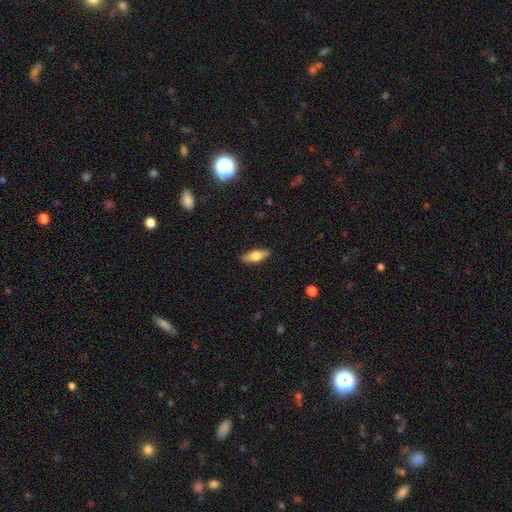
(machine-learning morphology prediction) Q: Smooth or featured?
A: smooth (59%); runner-up: featured or disk (35%)
Q: How rounded?
A: in between (66%); runner-up: cigar-shaped (31%)
Q: Merging?
A: none (88%); runner-up: minor disturbance (9%)